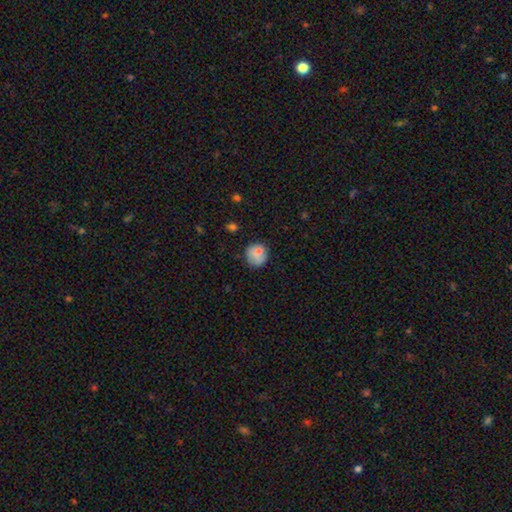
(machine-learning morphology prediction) The model was most divided on "merging": none: 68%, minor disturbance: 23%, major disturbance: 6%, merger: 4%. More confident: how rounded — round (85%); smooth or featured — smooth (77%).